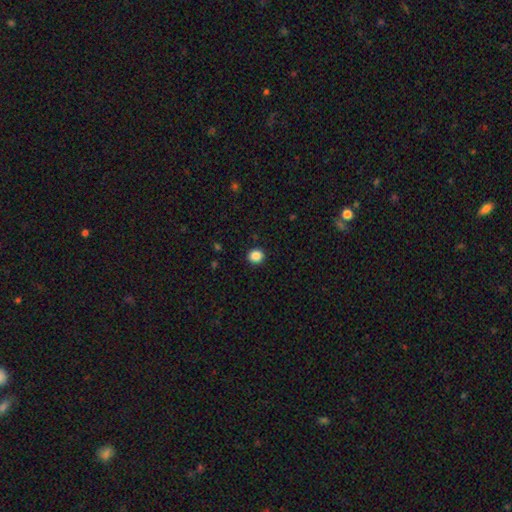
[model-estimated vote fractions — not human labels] Morphology: type=smooth (87%); roundness=round (86%); merging=none (92%).